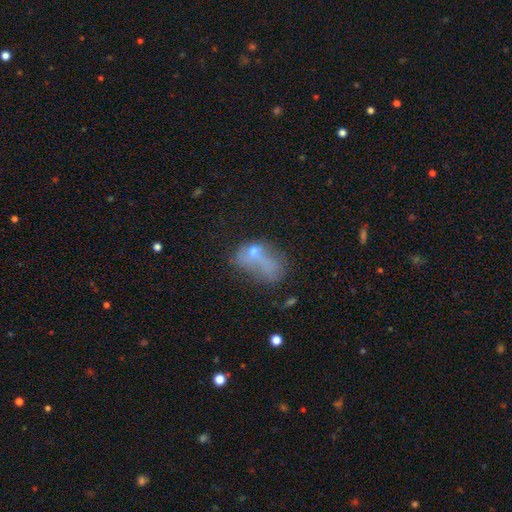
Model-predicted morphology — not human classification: A smooth galaxy with no disk features (52%) that is in between round and cigar-shaped (80%). Merging: major disturbance (34%).